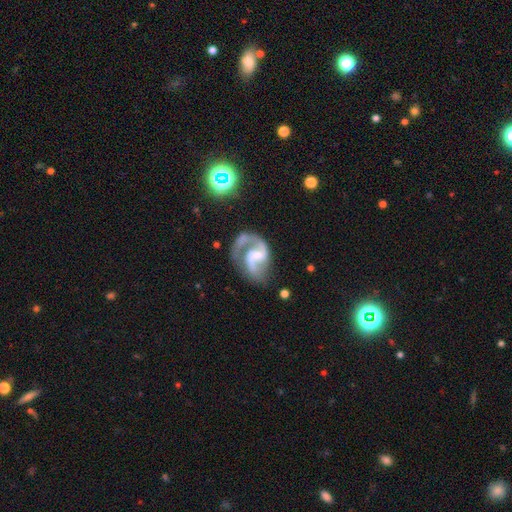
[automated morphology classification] type=featured or disk (88%); edge-on=no (98%); bar=weak (51%); spiral arms=yes (96%); winding=medium (52%); arm count=2 (82%); bulge=small (48%); merging=none (51%).